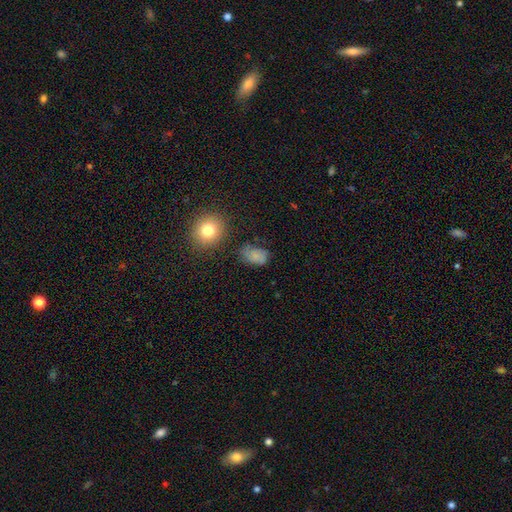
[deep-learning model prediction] This appears to be a smooth galaxy with no disk features (69%) that is in between round and cigar-shaped (79%). Merging: none (59%).